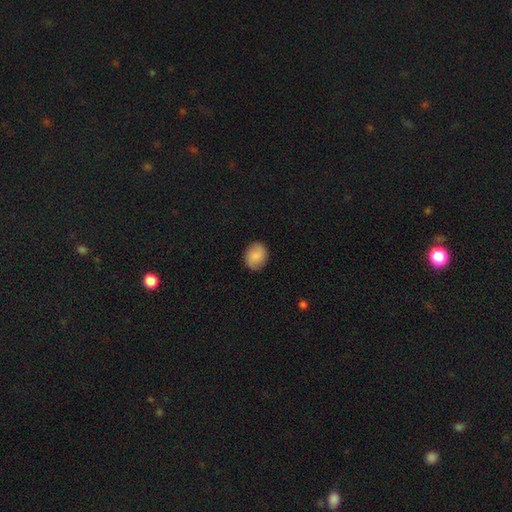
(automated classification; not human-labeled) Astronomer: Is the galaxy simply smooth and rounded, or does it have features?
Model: smooth — 82%.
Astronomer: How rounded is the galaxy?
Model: round — 59% (runner-up: in between, 40%).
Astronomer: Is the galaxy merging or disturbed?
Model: none — 86%.